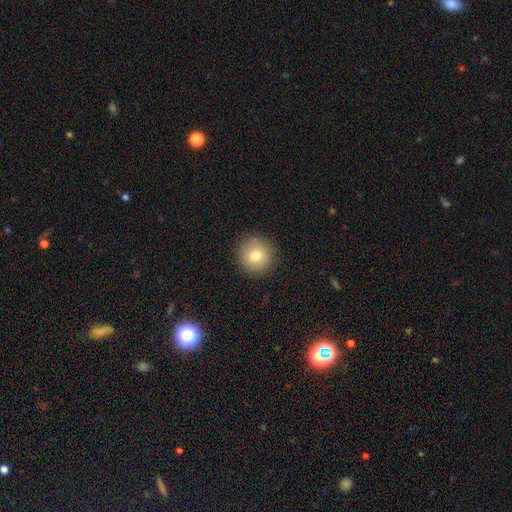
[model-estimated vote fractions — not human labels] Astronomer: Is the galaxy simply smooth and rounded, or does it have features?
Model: smooth — 77%.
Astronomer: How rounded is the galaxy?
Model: round — 95%.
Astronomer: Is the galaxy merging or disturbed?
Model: none — 89%.